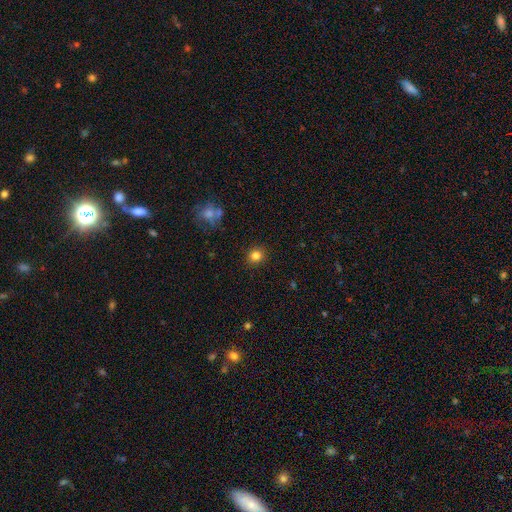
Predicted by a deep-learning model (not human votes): Smooth or featured? smooth (83%)
How rounded? round (84%)
Merging? none (90%)